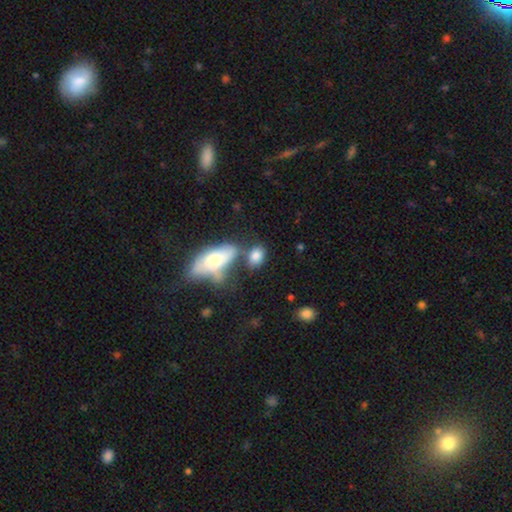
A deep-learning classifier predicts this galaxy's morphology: smooth-or-featured: smooth: 80% | featured or disk: 12% | star or artifact: 8%
  how-rounded: in between: 77% | round: 20% | cigar-shaped: 4%
  merging: none: 48% | merger: 29% | minor disturbance: 16% | major disturbance: 7%